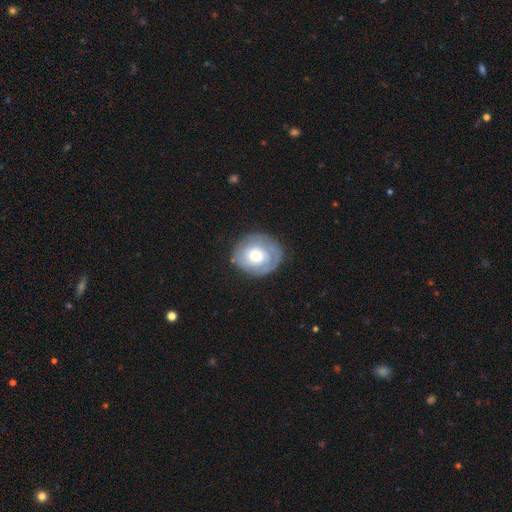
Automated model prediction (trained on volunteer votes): A featured or disk galaxy (57%) with no bar (83%), spiral arms (68%) and a moderate central bulge (57%).

Vote fractions:
- Smooth or featured? featured or disk: 57% / smooth: 37% / star or artifact: 6%
- Edge-on disk? no: 97% / yes: 3%
- Bar? no: 83% / weak: 14% / strong: 3%
- Spiral arms? yes: 68% / no: 32%
- Bulge size? moderate: 57% / large: 26% / small: 13% / dominant: 3% / none: 1%
- Merging? none: 77% / minor disturbance: 15% / major disturbance: 6% / merger: 1%